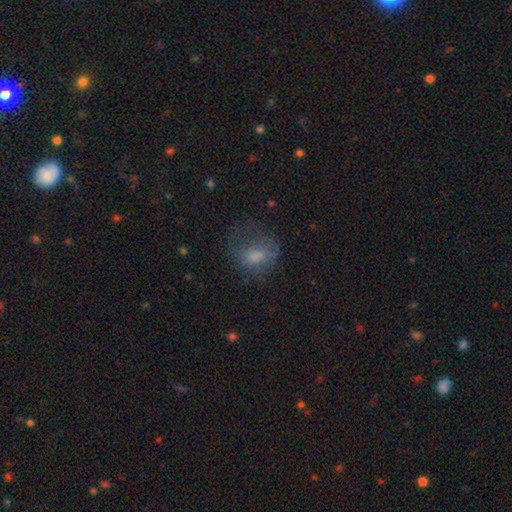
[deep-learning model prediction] This appears to be a smooth galaxy with no disk features (62%) that is in between round and cigar-shaped (67%). Merging: none (38%).